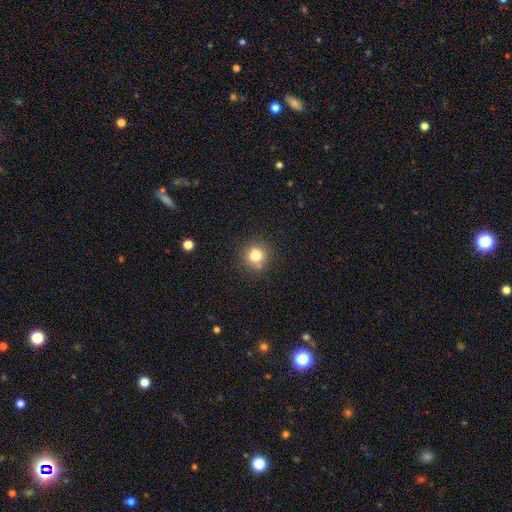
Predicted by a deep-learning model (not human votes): The model was most divided on "smooth or featured": smooth: 78%, star or artifact: 14%, featured or disk: 8%. More confident: how rounded — round (90%); merging — none (80%).